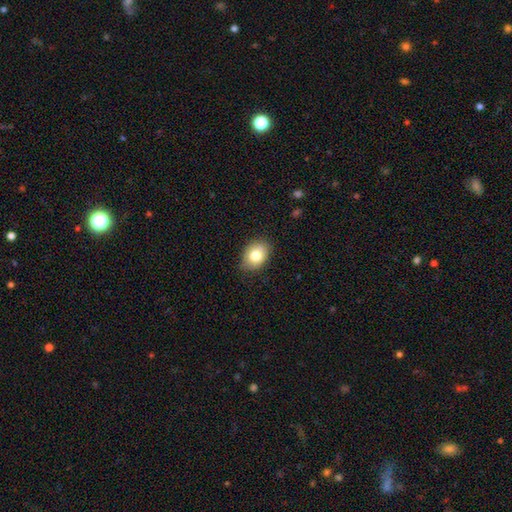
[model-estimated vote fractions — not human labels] Overall: smooth (79%). How rounded: in between (70%). Merging: none (80%).